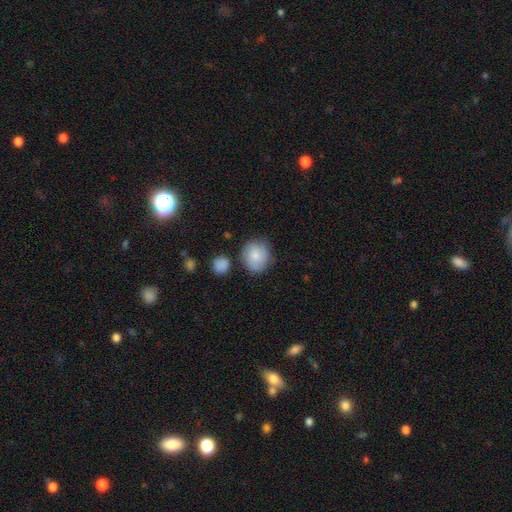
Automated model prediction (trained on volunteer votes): This is likely a smooth galaxy (77%). How rounded: likely round (74%). Merging: likely none (72%).